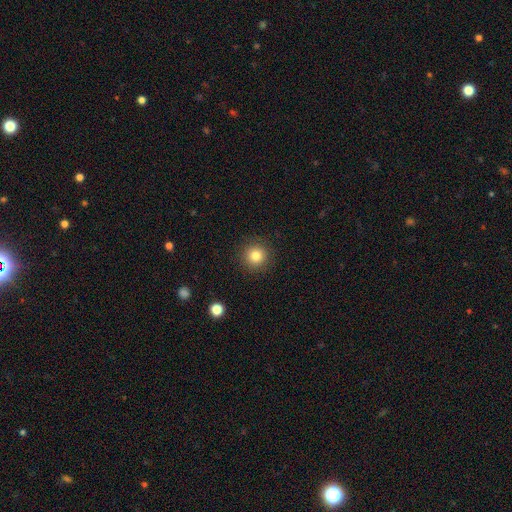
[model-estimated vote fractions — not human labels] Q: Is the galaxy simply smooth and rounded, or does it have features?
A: smooth — 81%.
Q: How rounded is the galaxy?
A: round — 95%.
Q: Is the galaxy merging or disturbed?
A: none — 91%.